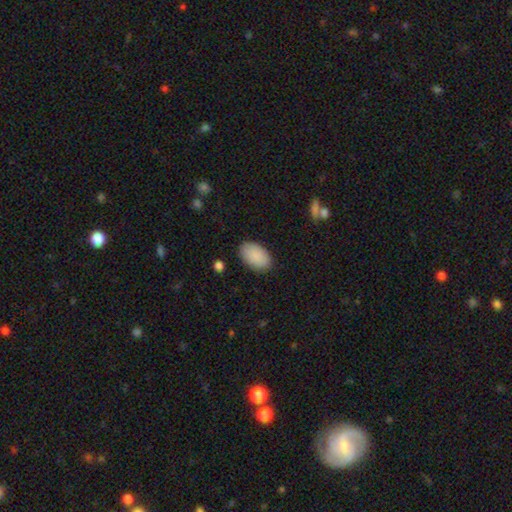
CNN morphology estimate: smooth 89%, star or artifact 6%, featured or disk 5%. Down the decision tree: how rounded — in between (94%); merging — none (87%).